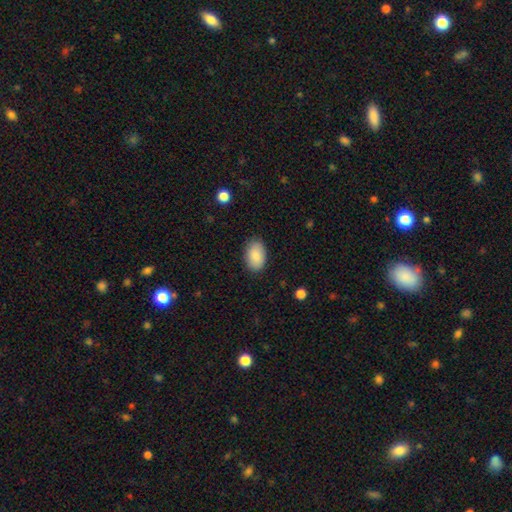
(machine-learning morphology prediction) smooth 89%, star or artifact 6%, featured or disk 5%. Down the decision tree: how rounded — in between (91%); merging — none (86%).